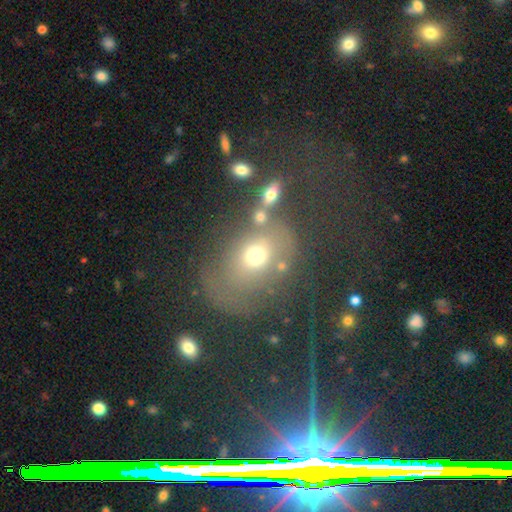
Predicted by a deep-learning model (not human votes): A smooth galaxy with no disk features (57%) that is in between round and cigar-shaped (51%).

Vote fractions:
- Smooth or featured? smooth: 57% / featured or disk: 26% / star or artifact: 17%
- How rounded? in between: 51% / round: 48% / cigar-shaped: 2%
- Merging? none: 47% / major disturbance: 21% / minor disturbance: 19% / merger: 13%